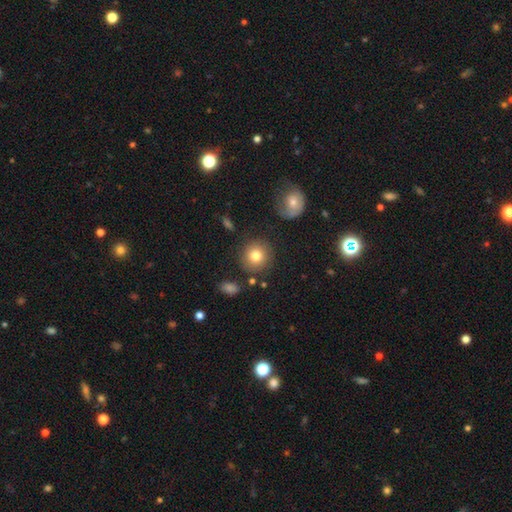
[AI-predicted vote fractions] The model was most divided on "smooth or featured": smooth: 80%, featured or disk: 11%, star or artifact: 9%. More confident: how rounded — round (91%); merging — none (83%).